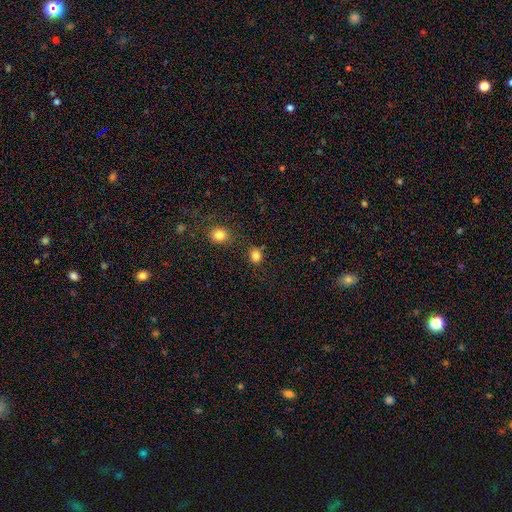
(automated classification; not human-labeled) The model was most divided on "how rounded": round: 83%, in between: 16%, cigar-shaped: 1%. More confident: smooth or featured — smooth (83%); merging — none (79%).